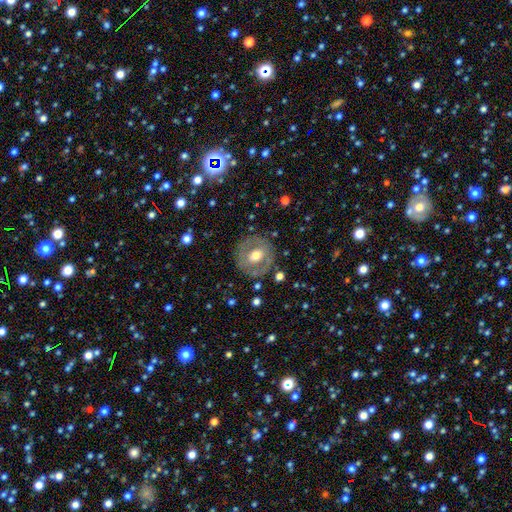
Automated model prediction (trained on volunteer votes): A featured or disk galaxy (48%). Merging: none (81%).